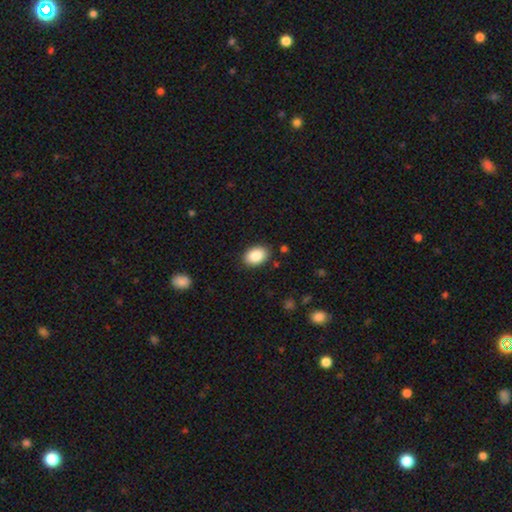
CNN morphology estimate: The model was most divided on "how rounded": in between: 85%, round: 14%, cigar-shaped: 1%. More confident: smooth or featured — smooth (88%); merging — none (87%).